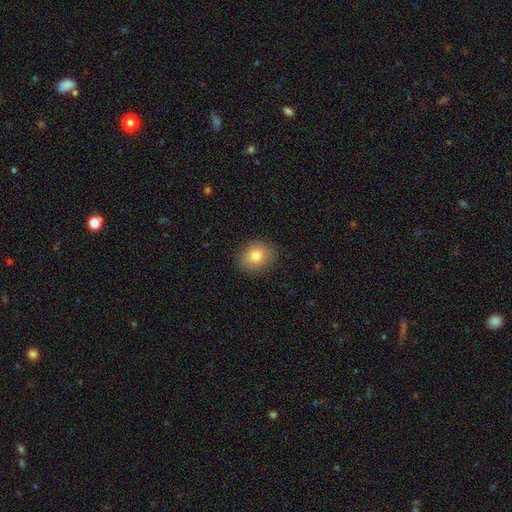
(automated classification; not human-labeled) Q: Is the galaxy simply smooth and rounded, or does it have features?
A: smooth — 80%.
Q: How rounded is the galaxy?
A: round — 57%.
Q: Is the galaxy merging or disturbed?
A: none — 88%.